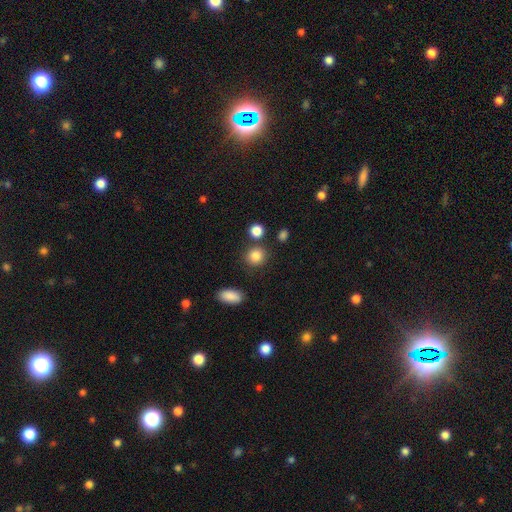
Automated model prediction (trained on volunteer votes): smooth-or-featured: smooth: 85% | star or artifact: 10% | featured or disk: 4%
  how-rounded: round: 84% | in between: 15% | cigar-shaped: 1%
  merging: none: 80% | minor disturbance: 9% | merger: 8% | major disturbance: 3%